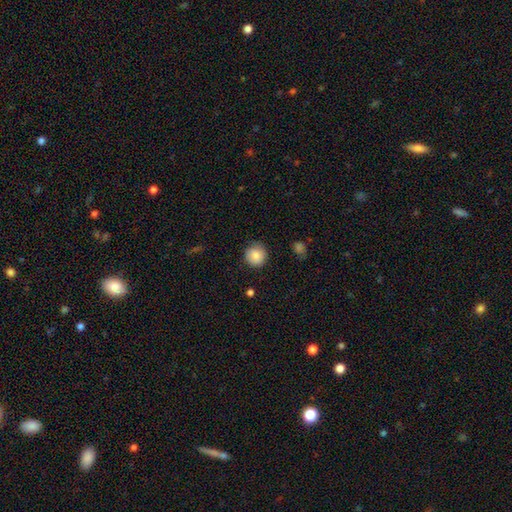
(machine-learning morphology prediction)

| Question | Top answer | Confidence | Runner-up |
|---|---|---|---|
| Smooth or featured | smooth | 86% | star or artifact (8%) |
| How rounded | round | 92% | in between (7%) |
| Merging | none | 82% | minor disturbance (14%) |